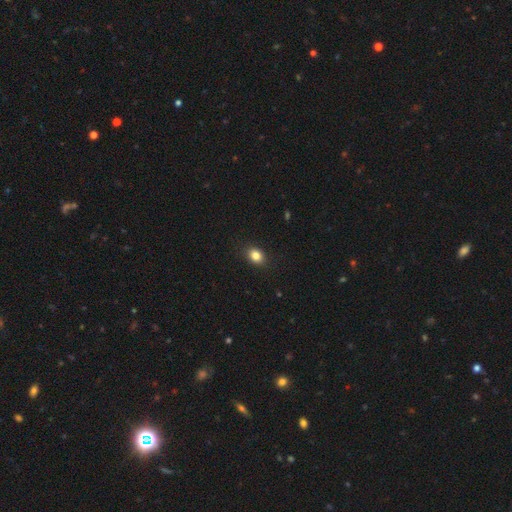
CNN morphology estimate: type=smooth (84%); roundness=in between (59%); merging=none (88%).